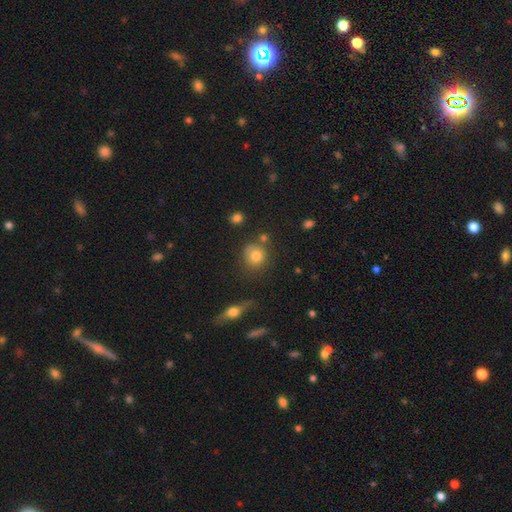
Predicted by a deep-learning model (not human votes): A smooth galaxy with no disk features (78%) that is round (85%).

Vote fractions:
- Smooth or featured? smooth: 78% / star or artifact: 12% / featured or disk: 11%
- How rounded? round: 85% / in between: 14% / cigar-shaped: 1%
- Merging? none: 68% / minor disturbance: 16% / merger: 10% / major disturbance: 6%